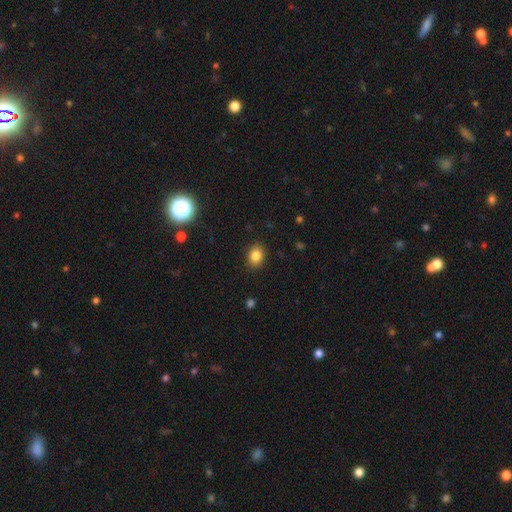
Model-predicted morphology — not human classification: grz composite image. It shows a smooth galaxy with no disk features (84%) that is in between round and cigar-shaped (56%). Merging: none (88%).